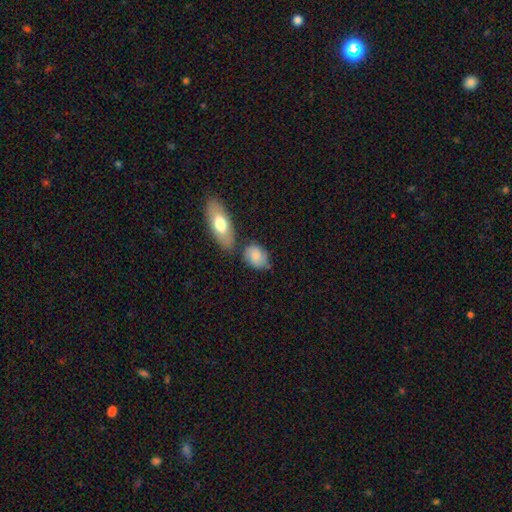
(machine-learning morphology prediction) Smooth or featured? Predicted: smooth (p=0.68). How rounded? Predicted: in between (p=0.70). Merging? Predicted: none (p=0.61).